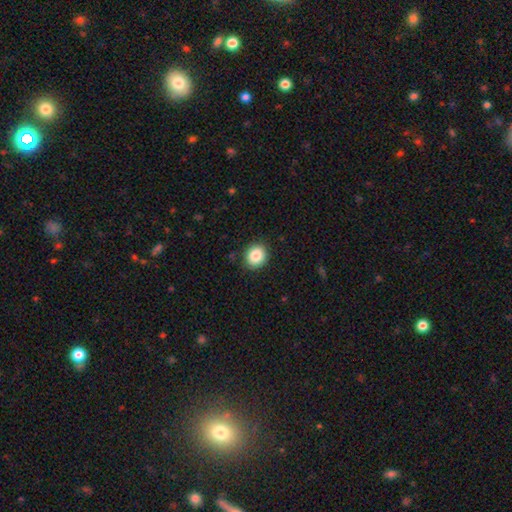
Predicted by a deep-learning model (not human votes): Smooth or featured: smooth — 85% (star or artifact — 9%)
How rounded: round — 74% (in between — 25%)
Merging: none — 88% (minor disturbance — 9%)